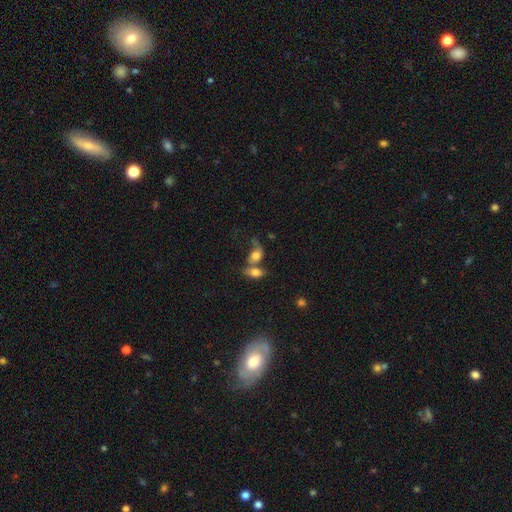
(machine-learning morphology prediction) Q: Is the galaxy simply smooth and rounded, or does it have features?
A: smooth — 67%.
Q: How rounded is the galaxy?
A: in between — 71%.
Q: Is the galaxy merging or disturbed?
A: merger — 61%.